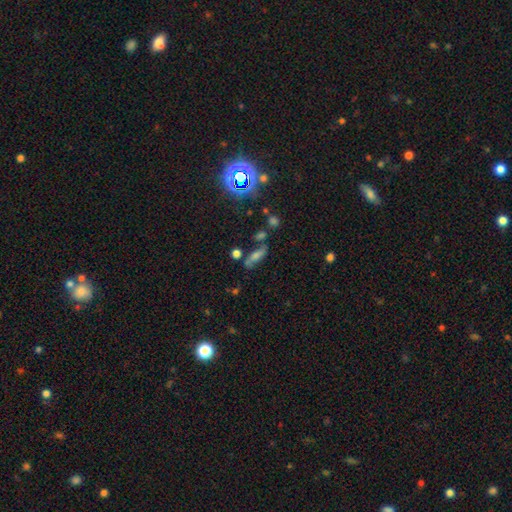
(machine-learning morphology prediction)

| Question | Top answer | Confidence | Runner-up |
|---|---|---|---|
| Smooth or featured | smooth | 44% | featured or disk (39%) |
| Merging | none | 61% | minor disturbance (18%) |